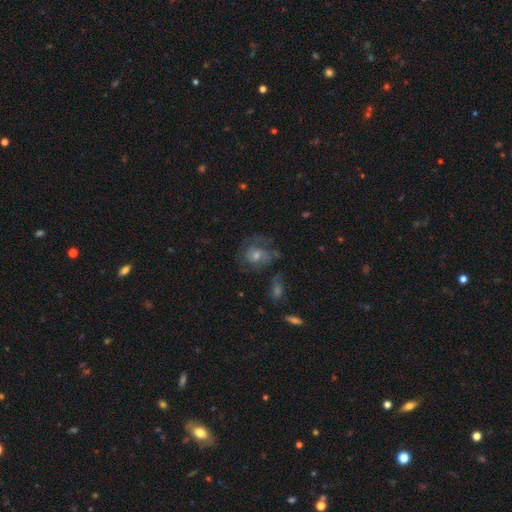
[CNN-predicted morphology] Smooth or featured: featured or disk — 58% (smooth — 28%)
Edge-on disk: no — 96% (yes — 4%)
Bar: no — 72% (weak — 23%)
Spiral arms: yes — 68% (no — 32%)
Bulge size: moderate — 51% (small — 38%)
Merging: none — 53% (major disturbance — 23%)